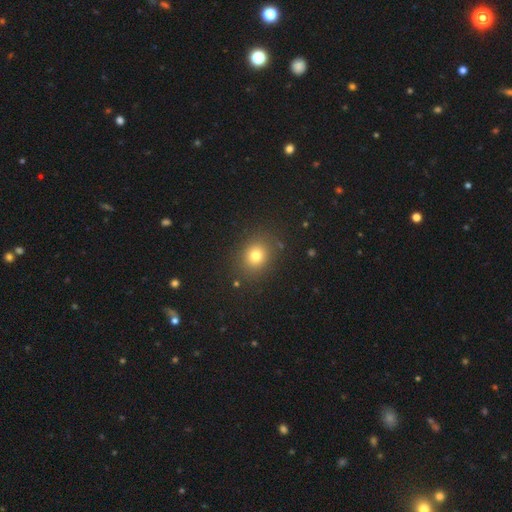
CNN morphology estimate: Smooth or featured: smooth — 76% (star or artifact — 15%)
How rounded: round — 70% (in between — 29%)
Merging: none — 85% (minor disturbance — 9%)